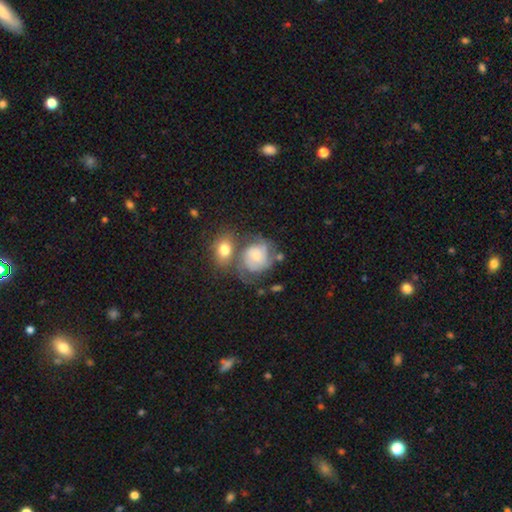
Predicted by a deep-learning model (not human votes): A featured or disk galaxy (62%) with no bar (75%), 2 (40%) tight (49%) spiral arms (87%) and a small central bulge (60%). Merging: none (42%).